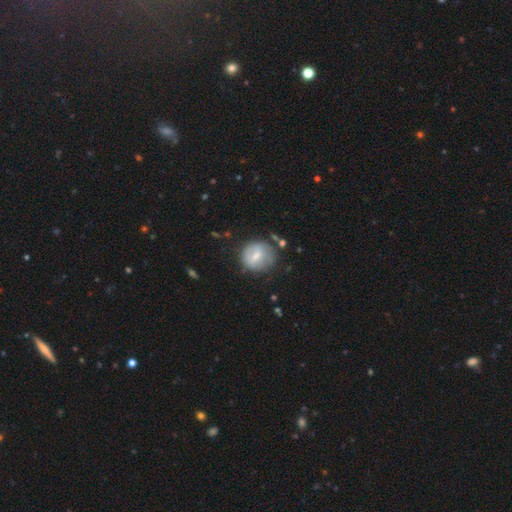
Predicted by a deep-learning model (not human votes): A smooth galaxy with no disk features (60%) that is round (82%). Merging: none (64%).